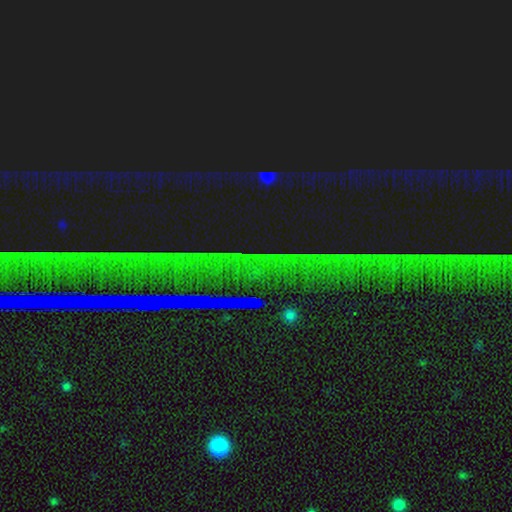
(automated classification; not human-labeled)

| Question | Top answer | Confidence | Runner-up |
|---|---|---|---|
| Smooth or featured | star or artifact | 84% | featured or disk (8%) |